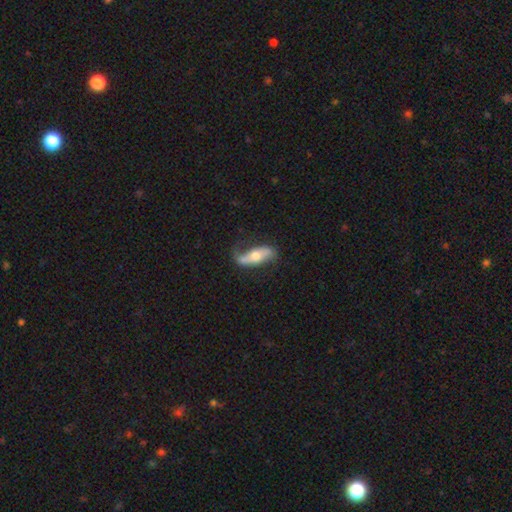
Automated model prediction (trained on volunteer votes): featured or disk 60%, smooth 34%, star or artifact 6%. Down the decision tree: edge-on disk — no (71%); merging — none (57%).